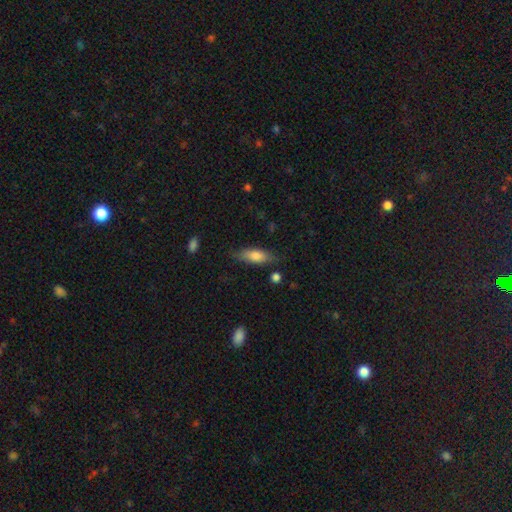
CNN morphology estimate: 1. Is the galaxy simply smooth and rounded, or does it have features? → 74% smooth, 19% featured or disk, 6% star or artifact.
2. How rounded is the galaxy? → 60% in between, 38% cigar-shaped, 2% round.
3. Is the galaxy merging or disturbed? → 76% none, 17% minor disturbance, 4% major disturbance, 2% merger.